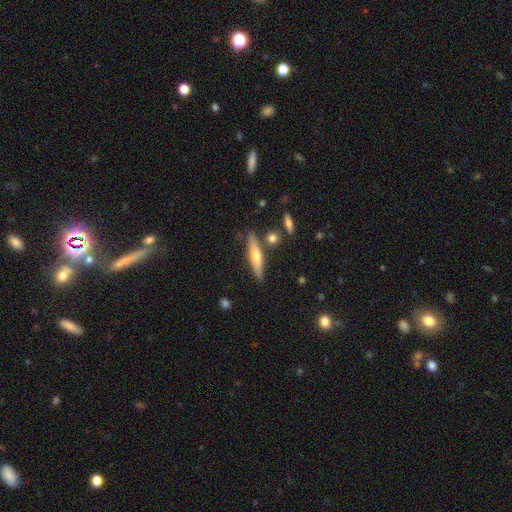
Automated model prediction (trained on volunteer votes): Q: Smooth or featured?
A: featured or disk (52%); runner-up: smooth (42%)
Q: Edge-on disk?
A: yes (93%); runner-up: no (7%)
Q: Merging?
A: none (82%); runner-up: minor disturbance (10%)